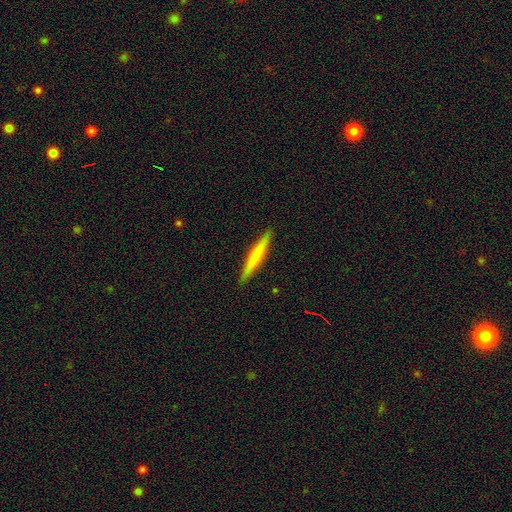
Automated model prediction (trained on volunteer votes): Q: Smooth or featured?
A: smooth (61%); runner-up: featured or disk (33%)
Q: How rounded?
A: cigar-shaped (95%); runner-up: in between (3%)
Q: Merging?
A: none (92%); runner-up: minor disturbance (6%)